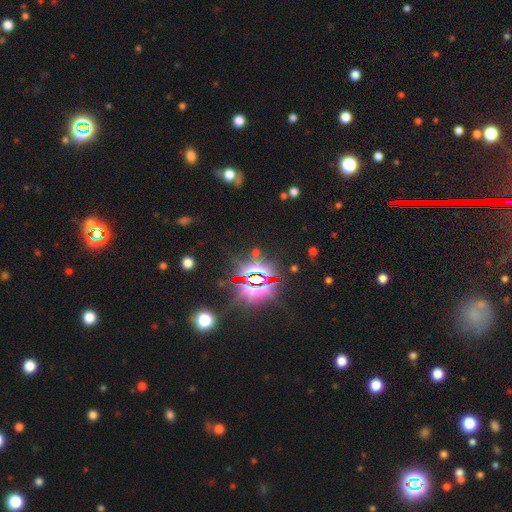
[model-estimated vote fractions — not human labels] star or artifact 82%, featured or disk 9%, smooth 9%.